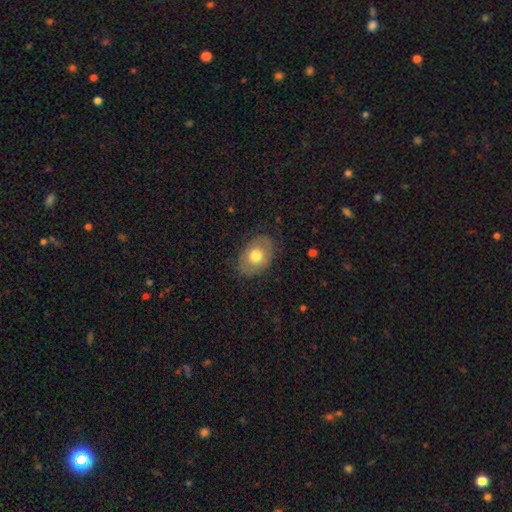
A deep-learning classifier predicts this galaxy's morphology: smooth_or_featured: smooth (p=0.61) [alt: featured or disk p=0.33]
how_rounded: in between (p=0.76) [alt: round p=0.23]
merging: none (p=0.80) [alt: minor disturbance p=0.14]